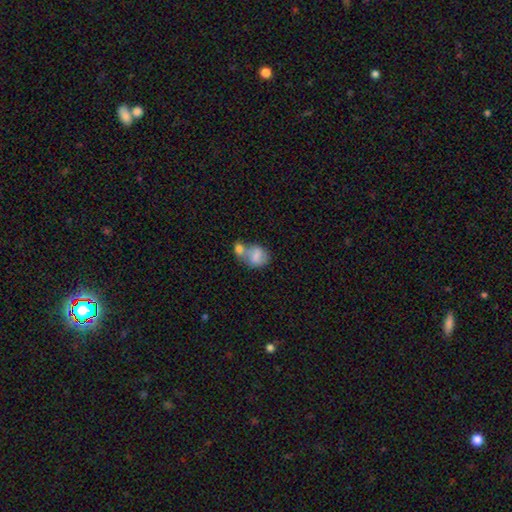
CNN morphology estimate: This appears to be a smooth galaxy with no disk features (68%) that is in between round and cigar-shaped (57%). Merging: merger (59%).